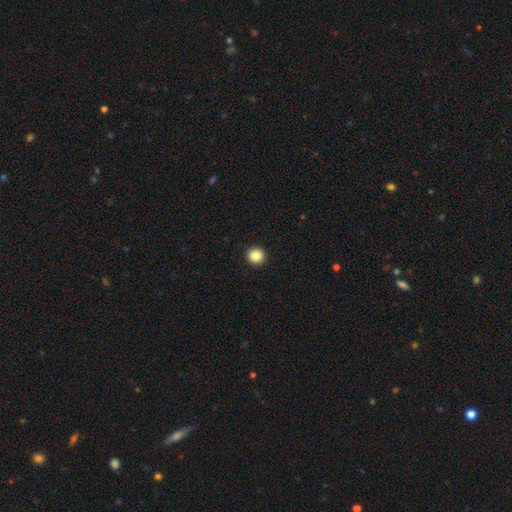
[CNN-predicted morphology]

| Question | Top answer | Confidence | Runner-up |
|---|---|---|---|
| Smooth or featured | smooth | 87% | star or artifact (10%) |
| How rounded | round | 92% | in between (7%) |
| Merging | none | 93% | minor disturbance (4%) |